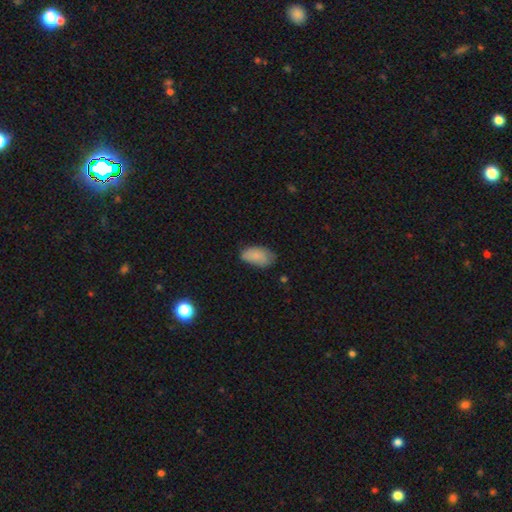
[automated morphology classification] type=smooth (83%); roundness=in between (93%); merging=none (62%).